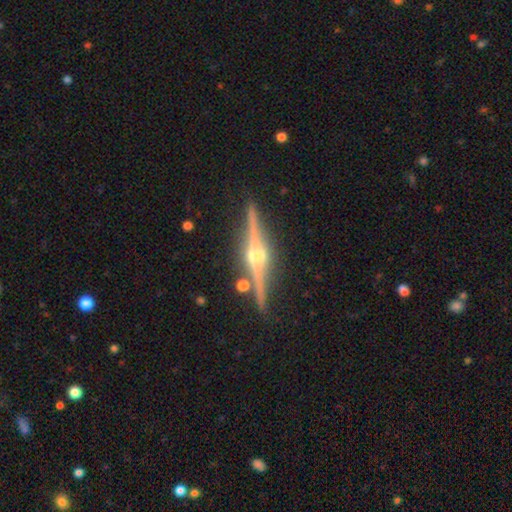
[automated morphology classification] The model was most divided on "merging": none: 89%, minor disturbance: 7%, merger: 3%, major disturbance: 2%. More confident: edge-on disk — yes (98%); edge-on bulge — rounded (96%); smooth or featured — featured or disk (88%).